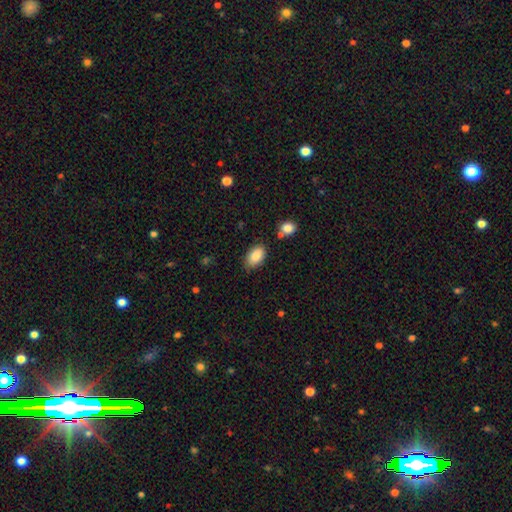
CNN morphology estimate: Smooth or featured: smooth — 85% (star or artifact — 8%)
How rounded: in between — 91% (round — 8%)
Merging: none — 77% (minor disturbance — 16%)